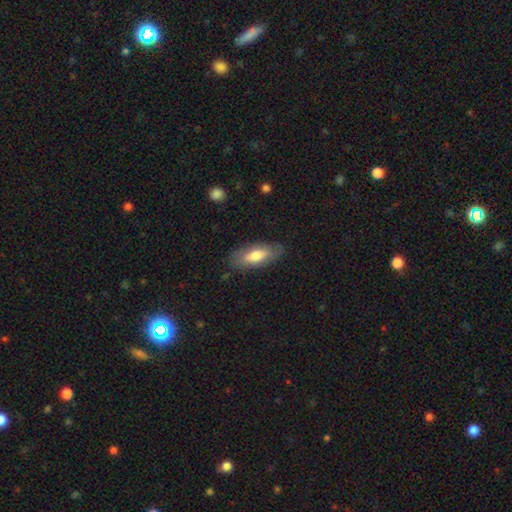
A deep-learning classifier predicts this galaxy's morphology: A smooth galaxy with no disk features (67%) that is in between round and cigar-shaped (76%). Merging: none (80%).